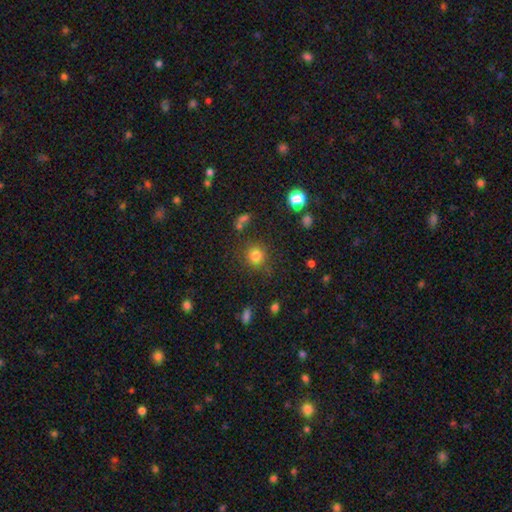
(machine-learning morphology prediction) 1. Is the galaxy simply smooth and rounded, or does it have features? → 80% smooth, 14% star or artifact, 6% featured or disk.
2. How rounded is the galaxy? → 90% round, 9% in between, 1% cigar-shaped.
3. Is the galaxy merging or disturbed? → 82% none, 10% minor disturbance, 4% major disturbance, 4% merger.